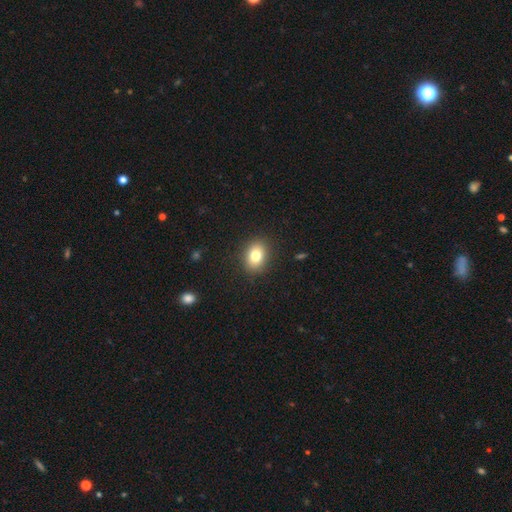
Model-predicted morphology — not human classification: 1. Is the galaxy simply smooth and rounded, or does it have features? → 81% smooth, 10% star or artifact, 9% featured or disk.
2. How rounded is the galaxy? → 65% in between, 34% round, 1% cigar-shaped.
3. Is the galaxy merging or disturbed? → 88% none, 8% minor disturbance, 3% major disturbance, 1% merger.